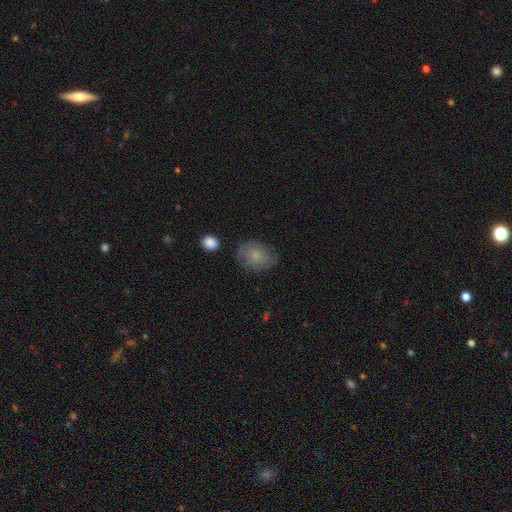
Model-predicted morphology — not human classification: smooth 63%, featured or disk 29%, star or artifact 8%. Down the decision tree: how rounded — in between (64%); merging — none (73%).